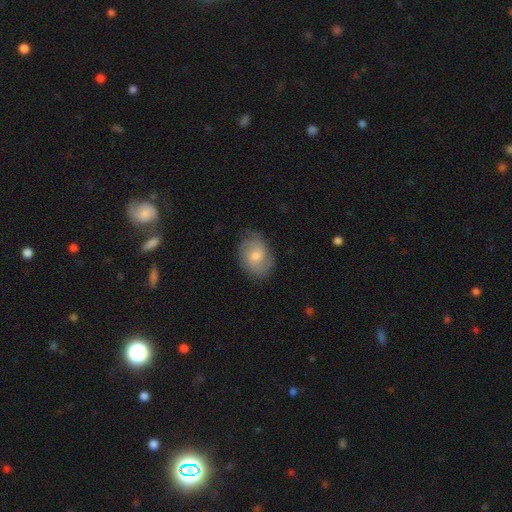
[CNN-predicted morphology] Smooth or featured: smooth — 51% (featured or disk — 41%)
How rounded: in between — 68% (round — 31%)
Merging: none — 75% (minor disturbance — 19%)